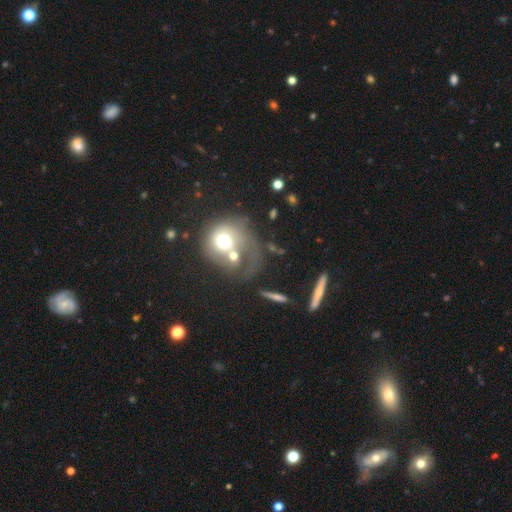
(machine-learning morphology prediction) Smooth or featured?
  - smooth: 45% *
  - featured or disk: 36%
  - star or artifact: 19%
Merging?
  - merger: 34% *
  - none: 29%
  - major disturbance: 23%
  - minor disturbance: 13%